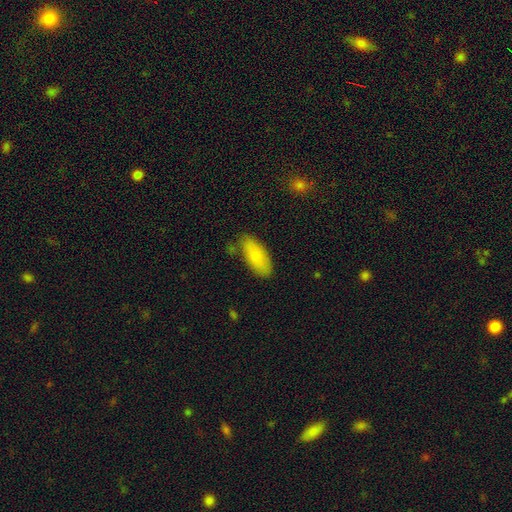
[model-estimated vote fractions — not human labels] This appears to be a smooth galaxy with no disk features (82%) that is in between round and cigar-shaped (85%). Merging: none (77%).